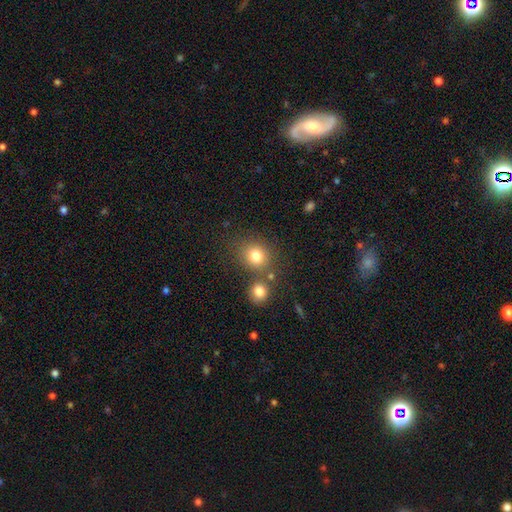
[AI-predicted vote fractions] A smooth galaxy with no disk features (79%) that is round (78%).

Vote fractions:
- Smooth or featured? smooth: 79% / star or artifact: 13% / featured or disk: 8%
- How rounded? round: 78% / in between: 21% / cigar-shaped: 1%
- Merging? none: 69% / merger: 17% / minor disturbance: 10% / major disturbance: 4%